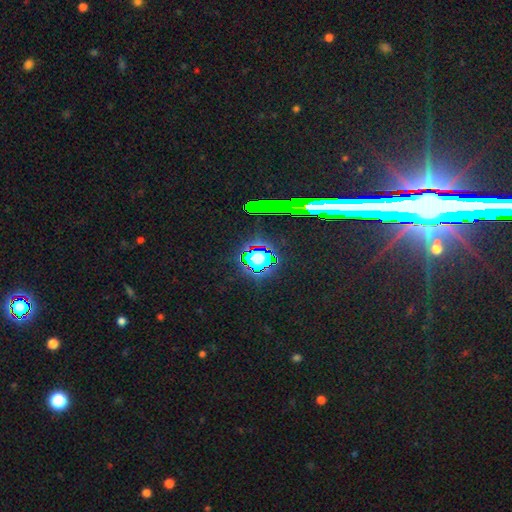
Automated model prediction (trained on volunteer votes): Smooth or featured? Predicted: star or artifact (p=0.80).